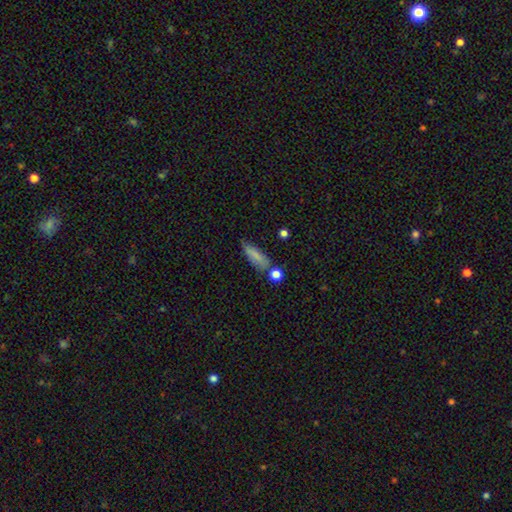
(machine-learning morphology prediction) Overall: smooth (77%). How rounded: in between (50%; cigar-shaped 46%). Merging: none (59%; minor disturbance 23%).